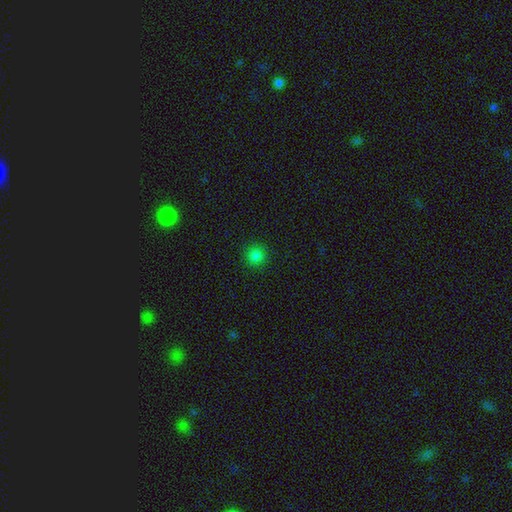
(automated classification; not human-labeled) smooth_or_featured: smooth (p=0.82) [alt: star or artifact p=0.15]
how_rounded: round (p=0.94) [alt: in between p=0.06]
merging: none (p=0.91) [alt: minor disturbance p=0.06]